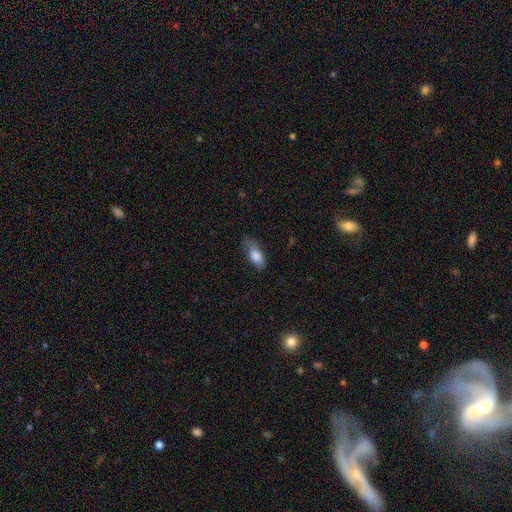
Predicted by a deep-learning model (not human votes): Smooth or featured: smooth — 81% (featured or disk — 12%)
How rounded: in between — 83% (cigar-shaped — 14%)
Merging: none — 52% (minor disturbance — 35%)